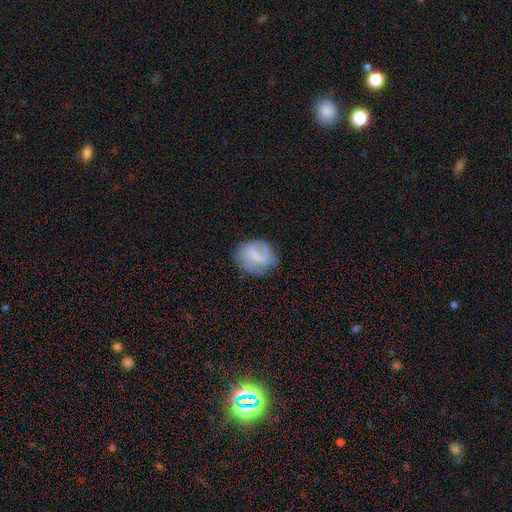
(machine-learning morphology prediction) A smooth galaxy with no disk features (50%).

Vote fractions:
- Smooth or featured? smooth: 50% / featured or disk: 42% / star or artifact: 8%
- Merging? none: 60% / minor disturbance: 25% / major disturbance: 13% / merger: 2%